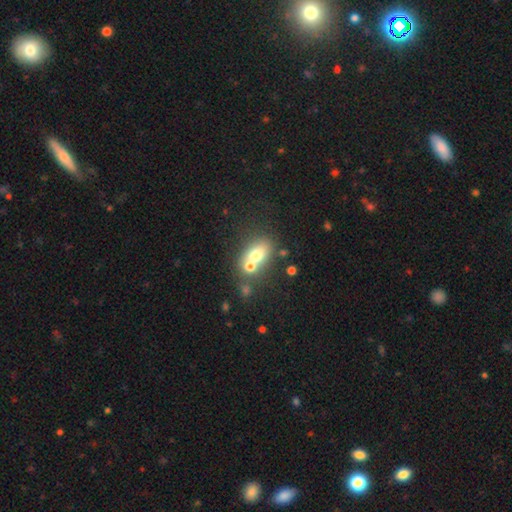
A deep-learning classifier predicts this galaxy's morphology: This appears to be a smooth galaxy with no disk features (67%) that is in between round and cigar-shaped (68%). Merging: merger (46%).